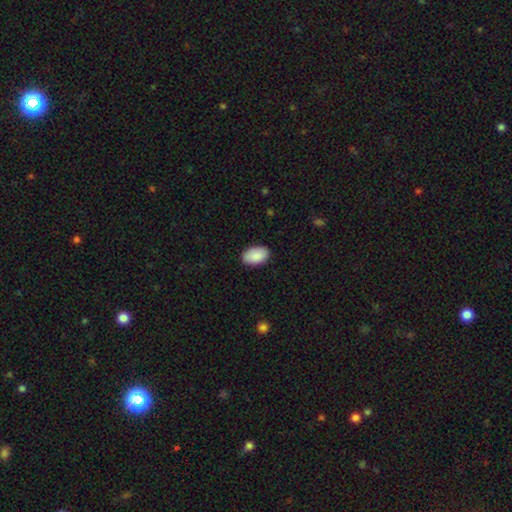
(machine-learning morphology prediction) smooth-or-featured: smooth: 90% | star or artifact: 6% | featured or disk: 4%
  how-rounded: in between: 93% | round: 5% | cigar-shaped: 1%
  merging: none: 87% | minor disturbance: 10% | major disturbance: 2% | merger: 1%